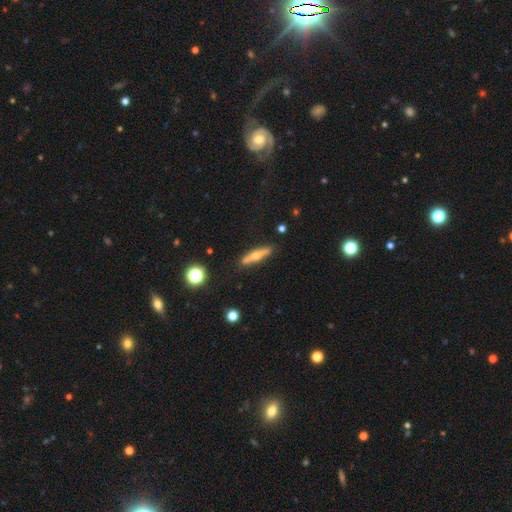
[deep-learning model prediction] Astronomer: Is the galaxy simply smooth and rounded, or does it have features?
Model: featured or disk — 59% (runner-up: smooth, 34%).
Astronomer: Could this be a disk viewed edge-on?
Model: yes — 92%.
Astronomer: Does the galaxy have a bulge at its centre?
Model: rounded — 92%.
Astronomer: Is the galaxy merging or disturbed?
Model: none — 85%.